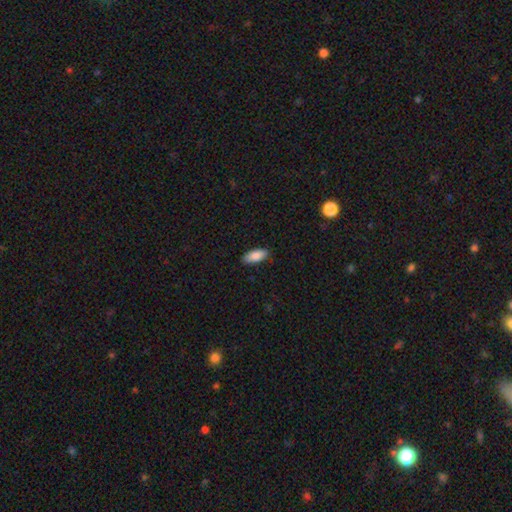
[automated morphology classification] type=smooth (88%); roundness=in between (84%); merging=none (87%).